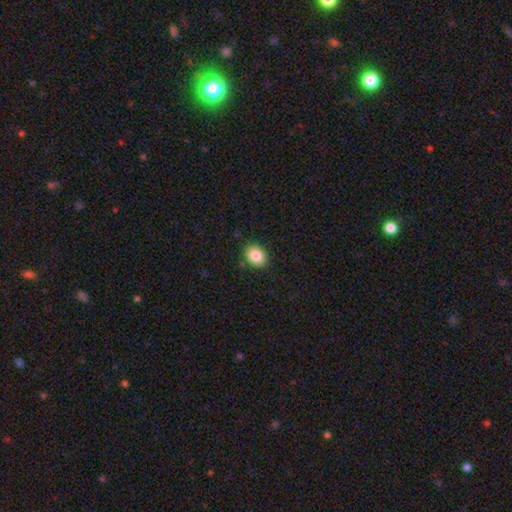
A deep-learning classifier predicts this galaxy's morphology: smooth 85%, star or artifact 8%, featured or disk 6%. Down the decision tree: how rounded — in between (58%); merging — none (88%).